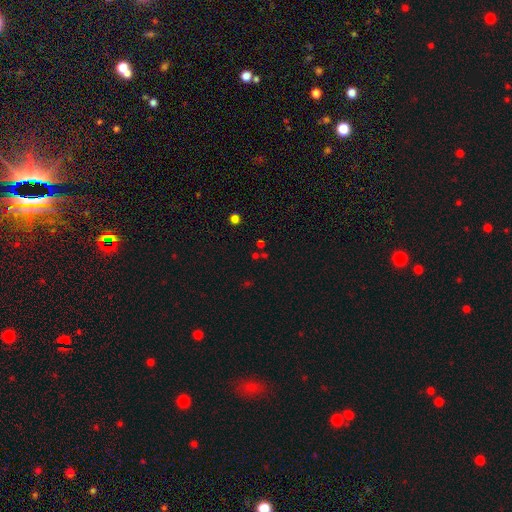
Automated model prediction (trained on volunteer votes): Overall: star or artifact (54%; smooth 37%).